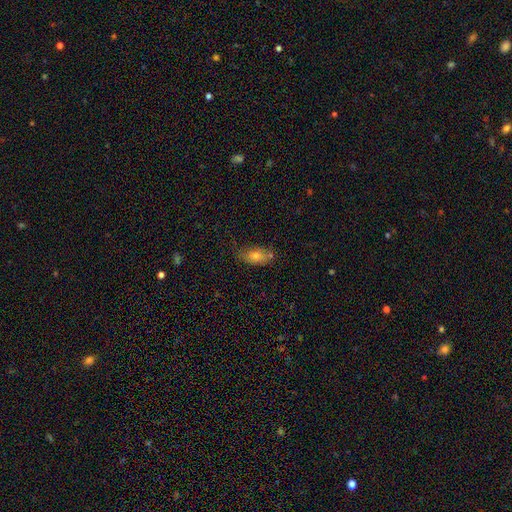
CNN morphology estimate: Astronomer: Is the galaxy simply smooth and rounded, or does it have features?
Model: smooth — 72%.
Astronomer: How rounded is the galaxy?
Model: in between — 83%.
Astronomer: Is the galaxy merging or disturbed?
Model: none — 66%.